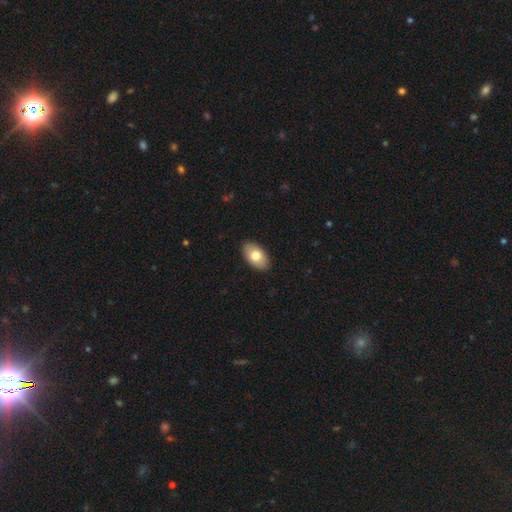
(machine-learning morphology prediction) Smooth or featured: smooth — 77% (featured or disk — 16%)
How rounded: in between — 94% (round — 4%)
Merging: none — 89% (minor disturbance — 8%)